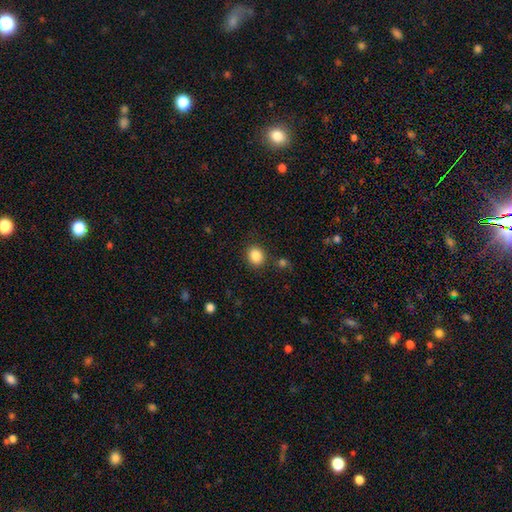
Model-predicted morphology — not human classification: Overall: smooth (86%). How rounded: round (67%; in between 32%). Merging: none (84%).